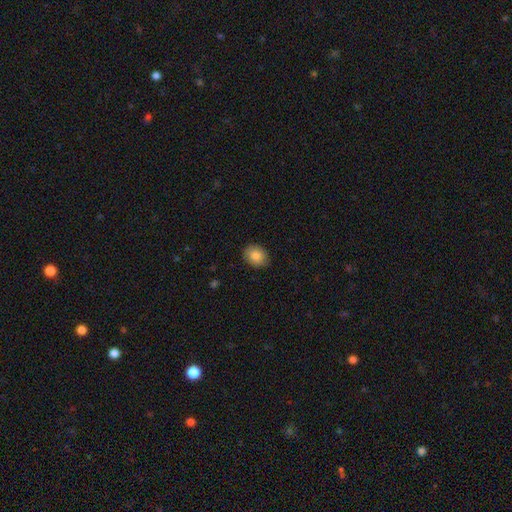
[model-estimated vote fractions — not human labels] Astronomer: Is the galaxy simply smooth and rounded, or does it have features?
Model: smooth — 85%.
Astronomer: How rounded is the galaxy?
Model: round — 53% (runner-up: in between, 46%).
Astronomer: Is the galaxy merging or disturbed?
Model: none — 88%.